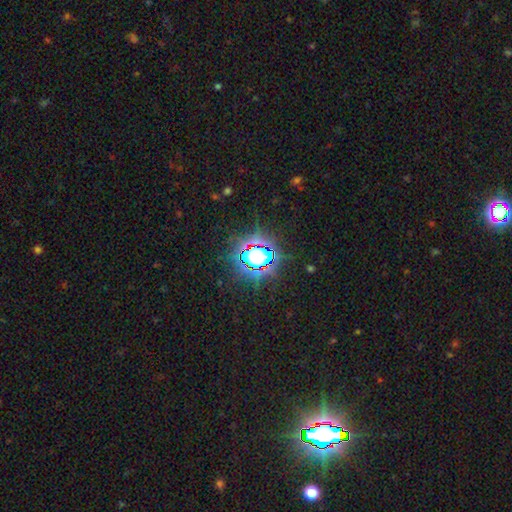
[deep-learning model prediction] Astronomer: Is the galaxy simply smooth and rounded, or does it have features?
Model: star or artifact — 74%.